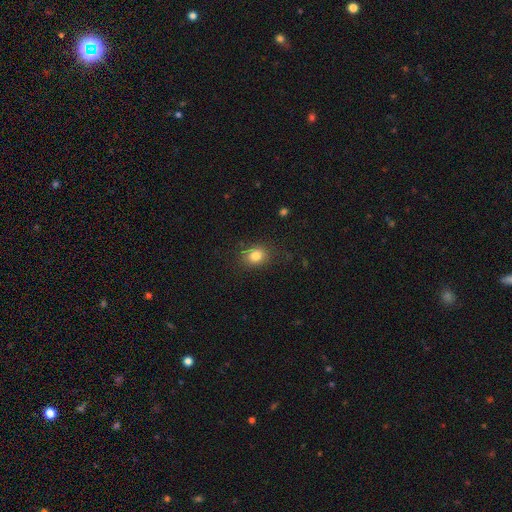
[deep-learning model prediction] Smooth or featured?
  - smooth: 81% *
  - star or artifact: 11%
  - featured or disk: 8%
How rounded?
  - round: 51% *
  - in between: 48%
  - cigar-shaped: 1%
Merging?
  - none: 78% *
  - minor disturbance: 15%
  - major disturbance: 5%
  - merger: 2%